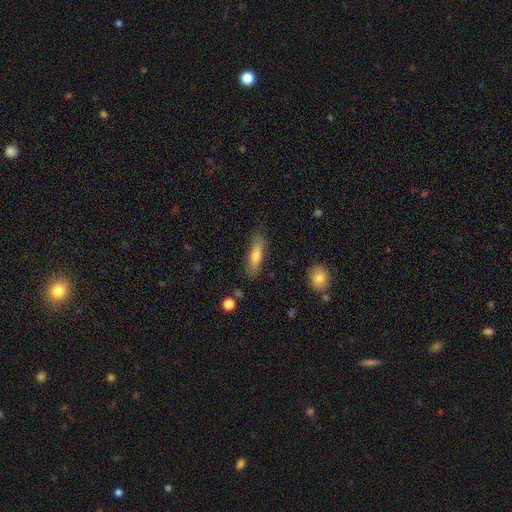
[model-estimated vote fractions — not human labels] Smooth or featured? smooth (66%)
How rounded? cigar-shaped (61%)
Merging? none (78%)